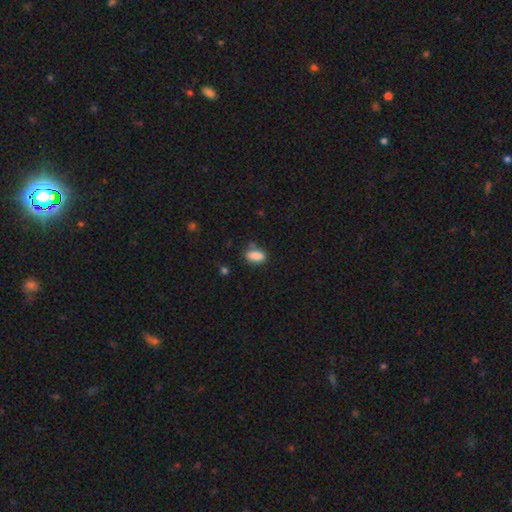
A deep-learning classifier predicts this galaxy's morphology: Overall: smooth (87%). How rounded: in between (86%). Merging: none (70%).